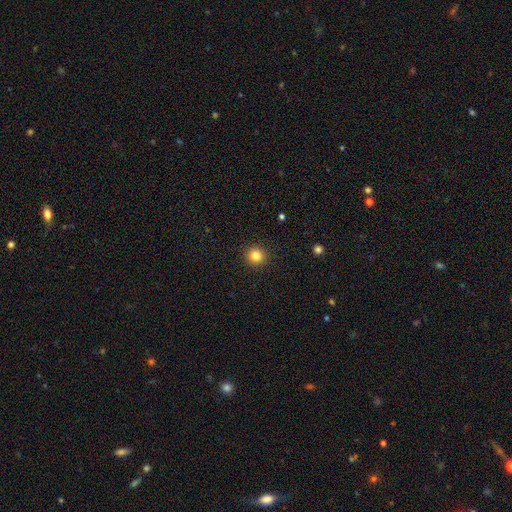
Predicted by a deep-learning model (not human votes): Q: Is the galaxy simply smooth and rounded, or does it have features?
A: smooth — 83%.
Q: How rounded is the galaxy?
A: round — 93%.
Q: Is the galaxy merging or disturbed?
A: none — 93%.